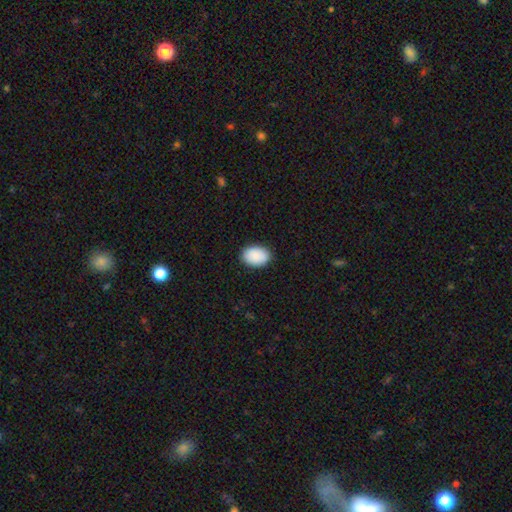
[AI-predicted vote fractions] Smooth or featured?
  - smooth: 90% *
  - star or artifact: 6%
  - featured or disk: 4%
How rounded?
  - in between: 82% *
  - round: 18%
  - cigar-shaped: 1%
Merging?
  - none: 89% *
  - minor disturbance: 9%
  - major disturbance: 2%
  - merger: 1%